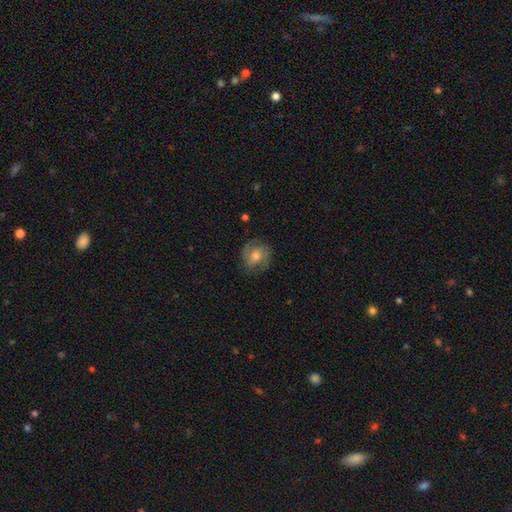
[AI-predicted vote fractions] This appears to be a featured or disk galaxy (57%) with no bar (61%), spiral arms (84%) and a moderate central bulge (67%). Merging: none (76%).